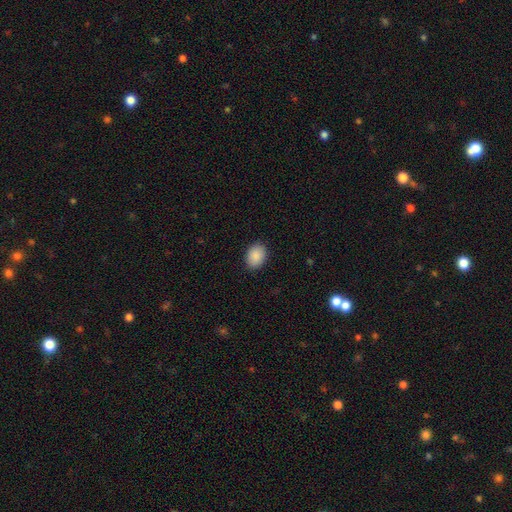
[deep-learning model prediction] Morphology: type=smooth (90%); roundness=in between (70%); merging=none (89%).